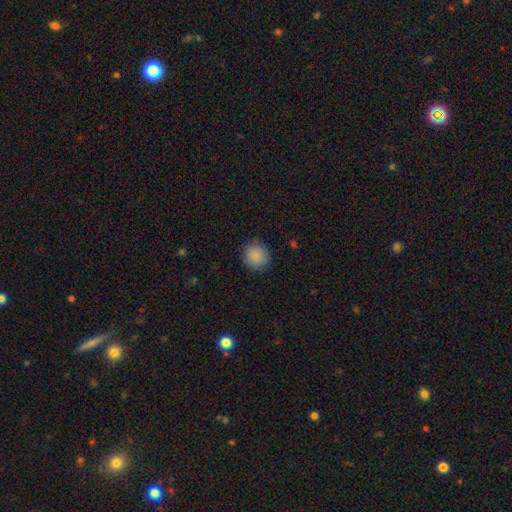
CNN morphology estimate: Smooth or featured? smooth (88%)
How rounded? round (91%)
Merging? none (88%)